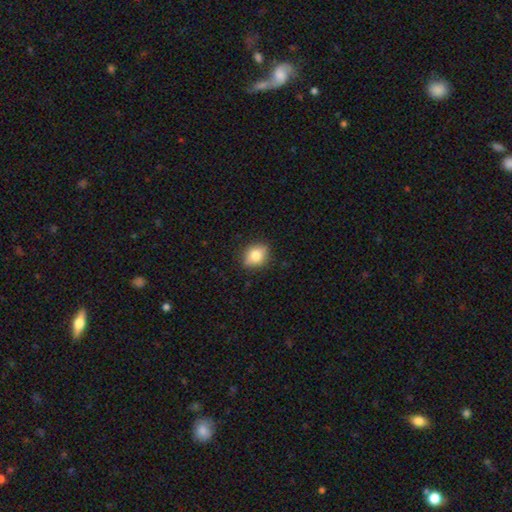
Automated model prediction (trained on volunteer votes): The model was most divided on "how rounded": in between: 51%, round: 46%, cigar-shaped: 3%. More confident: merging — none (84%); smooth or featured — smooth (70%).